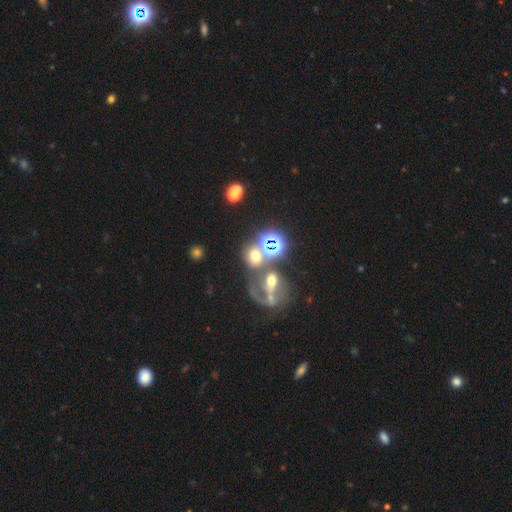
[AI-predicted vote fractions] This appears to be a smooth galaxy with no disk features (50%). Merging: merger (43%).